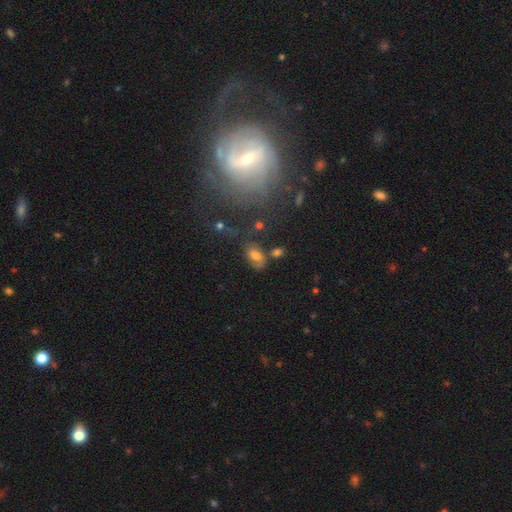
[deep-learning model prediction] This is likely a smooth galaxy (62%). How rounded: clearly in between (87%). Merging: possibly none (57%).